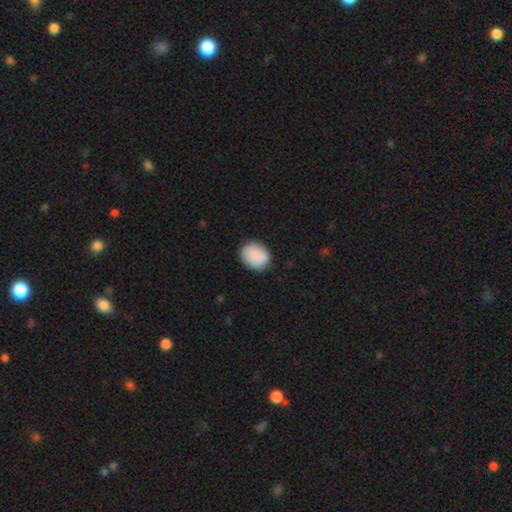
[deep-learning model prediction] smooth-or-featured: smooth: 88% | star or artifact: 7% | featured or disk: 5%
  how-rounded: round: 53% | in between: 46% | cigar-shaped: 1%
  merging: none: 83% | minor disturbance: 13% | major disturbance: 3% | merger: 1%